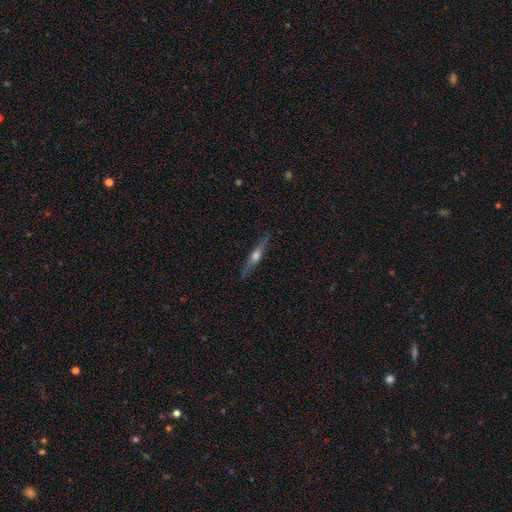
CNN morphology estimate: This is likely a featured or disk galaxy (74%). It is clearly viewed edge-on (97%). Edge-on bulge: clearly rounded (91%). Merging: clearly none (89%).